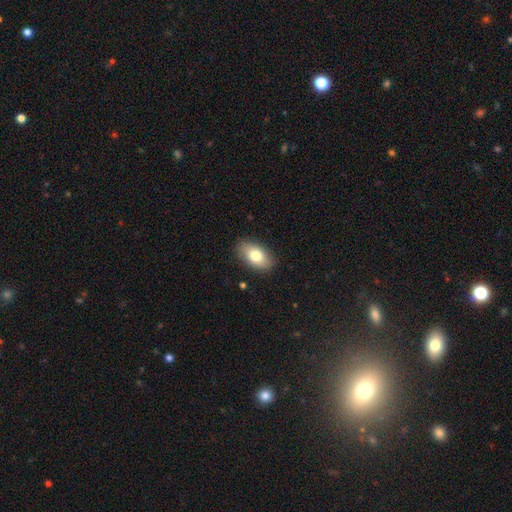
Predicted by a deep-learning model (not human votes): smooth-or-featured: smooth: 77% | featured or disk: 16% | star or artifact: 7%
  how-rounded: in between: 92% | round: 6% | cigar-shaped: 2%
  merging: none: 87% | minor disturbance: 9% | major disturbance: 2% | merger: 1%